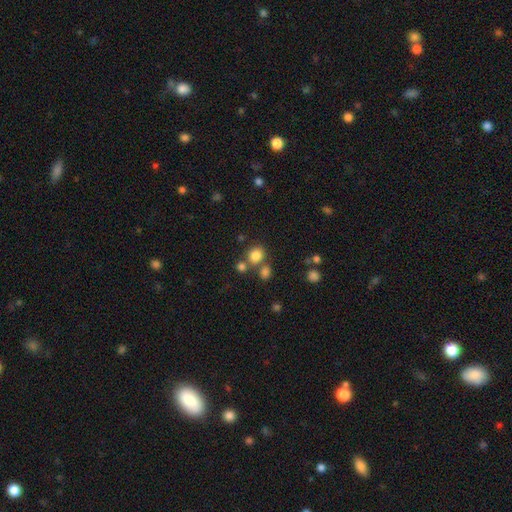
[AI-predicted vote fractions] Q: Smooth or featured?
A: smooth (81%); runner-up: star or artifact (13%)
Q: How rounded?
A: round (73%); runner-up: in between (26%)
Q: Merging?
A: none (65%); runner-up: merger (21%)